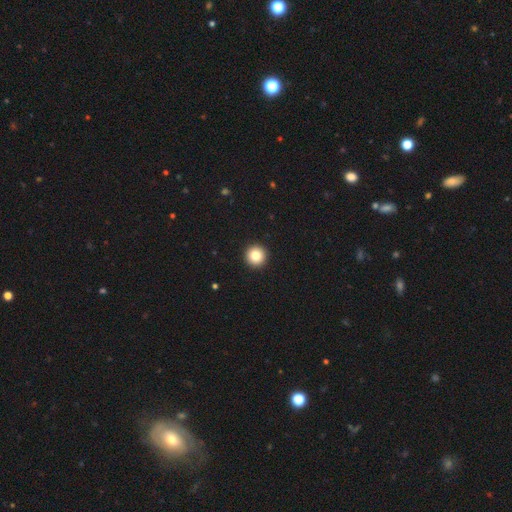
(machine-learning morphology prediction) type=smooth (83%); roundness=round (97%); merging=none (94%).